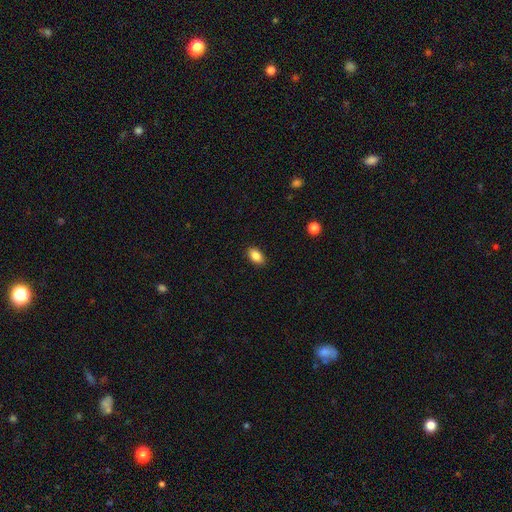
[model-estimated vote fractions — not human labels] This appears to be a smooth galaxy with no disk features (87%) that is in between round and cigar-shaped (89%). Merging: none (89%).